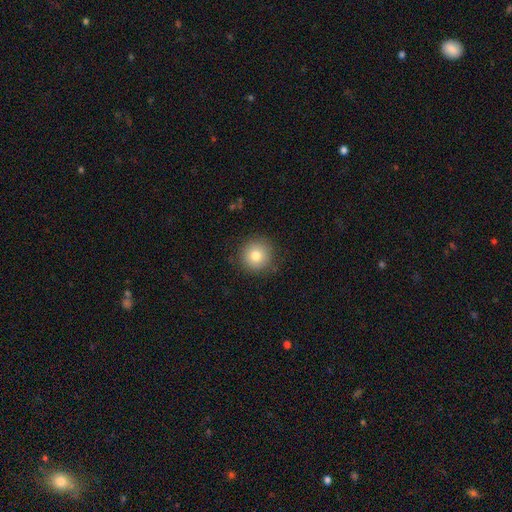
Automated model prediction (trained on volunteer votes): Smooth or featured?
  - smooth: 79% *
  - star or artifact: 11%
  - featured or disk: 10%
How rounded?
  - round: 94% *
  - in between: 5%
  - cigar-shaped: 1%
Merging?
  - none: 86% *
  - minor disturbance: 10%
  - major disturbance: 3%
  - merger: 1%